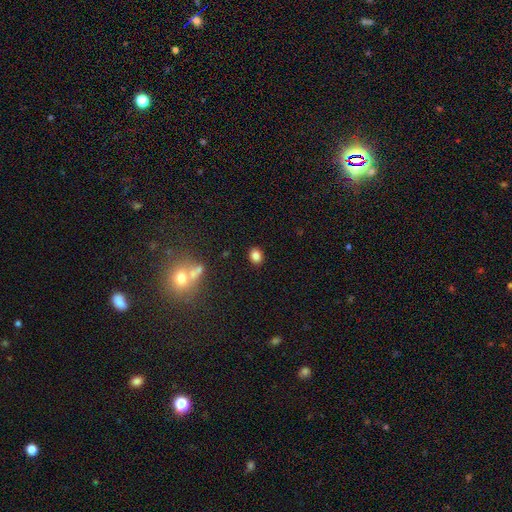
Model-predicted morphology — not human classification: Smooth or featured? smooth (84%)
How rounded? in between (50%)
Merging? none (88%)